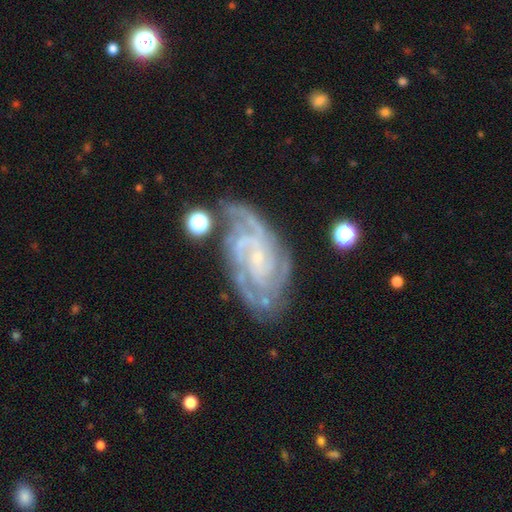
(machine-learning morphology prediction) Smooth or featured? Predicted: featured or disk (p=0.90). Edge-on disk? Predicted: no (p=0.96). Bar? Predicted: no (p=0.57). Spiral arms? Predicted: yes (p=0.98). Spiral winding? Predicted: tight (p=0.66). Spiral arm count? Predicted: 3 (p=0.32). Bulge size? Predicted: small (p=0.80). Merging? Predicted: none (p=0.72).